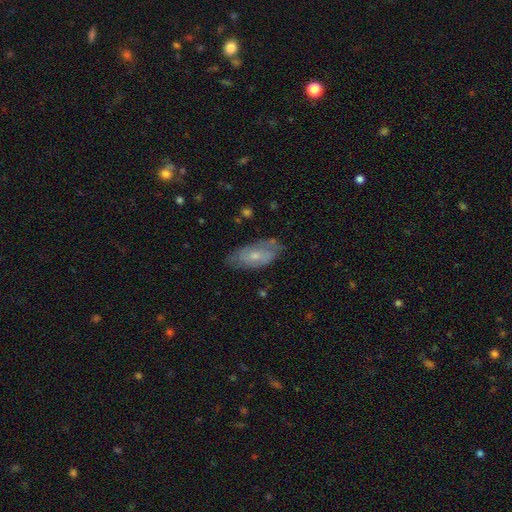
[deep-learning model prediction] This appears to be a smooth galaxy with no disk features (52%) that is in between round and cigar-shaped (88%). Merging: none (65%).